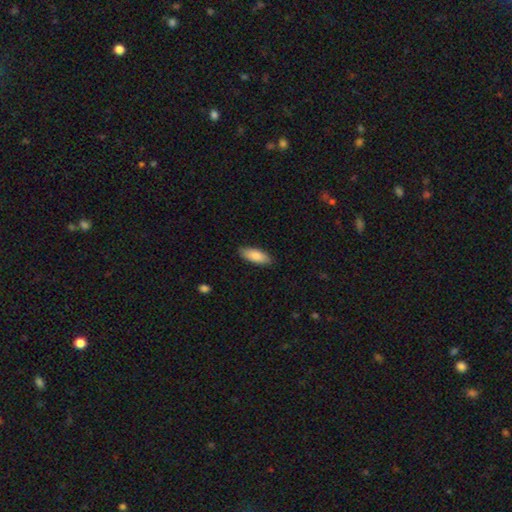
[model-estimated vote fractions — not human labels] smooth_or_featured: smooth (p=0.86) [alt: featured or disk p=0.09]
how_rounded: in between (p=0.75) [alt: cigar-shaped p=0.23]
merging: none (p=0.87) [alt: minor disturbance p=0.10]